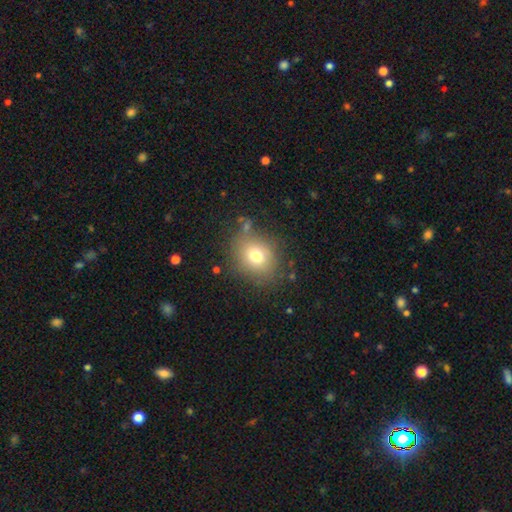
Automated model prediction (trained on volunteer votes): A smooth galaxy with no disk features (74%) that is round (64%).

Vote fractions:
- Smooth or featured? smooth: 74% / featured or disk: 13% / star or artifact: 13%
- How rounded? round: 64% / in between: 35% / cigar-shaped: 1%
- Merging? none: 77% / minor disturbance: 15% / major disturbance: 6% / merger: 3%